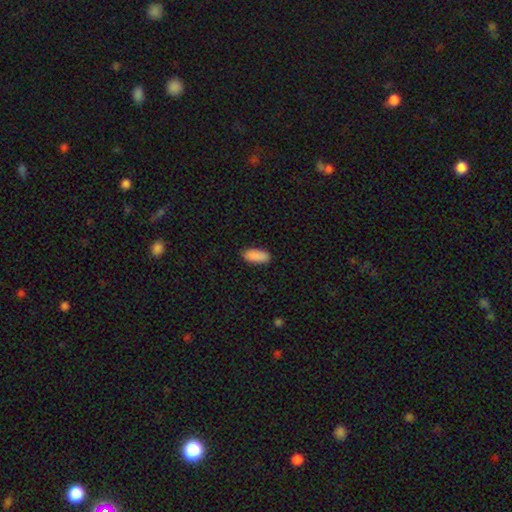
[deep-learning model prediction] smooth-or-featured: smooth: 90% | star or artifact: 6% | featured or disk: 3%
  how-rounded: in between: 86% | cigar-shaped: 13% | round: 2%
  merging: none: 88% | minor disturbance: 9% | major disturbance: 2% | merger: 1%